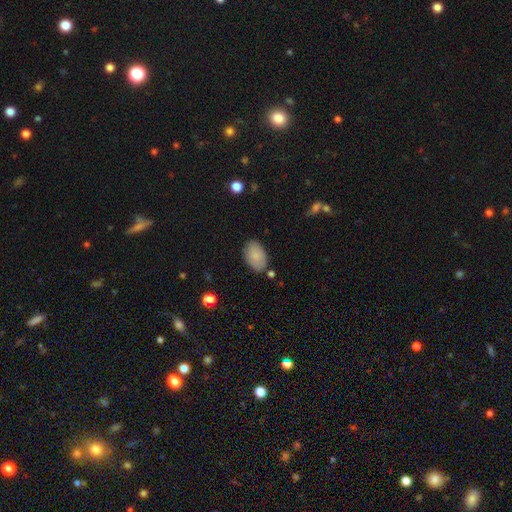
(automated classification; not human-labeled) Overall: smooth (84%). How rounded: in between (93%). Merging: none (83%).